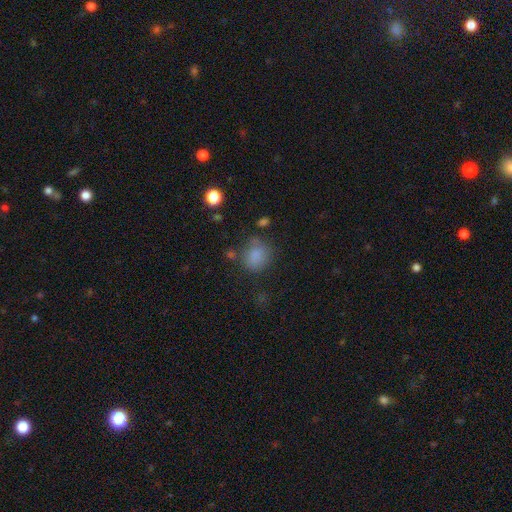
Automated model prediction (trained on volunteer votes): Smooth or featured?
  - smooth: 81% *
  - star or artifact: 12%
  - featured or disk: 7%
How rounded?
  - round: 70% *
  - in between: 29%
  - cigar-shaped: 1%
Merging?
  - none: 68% *
  - minor disturbance: 19%
  - major disturbance: 7%
  - merger: 6%